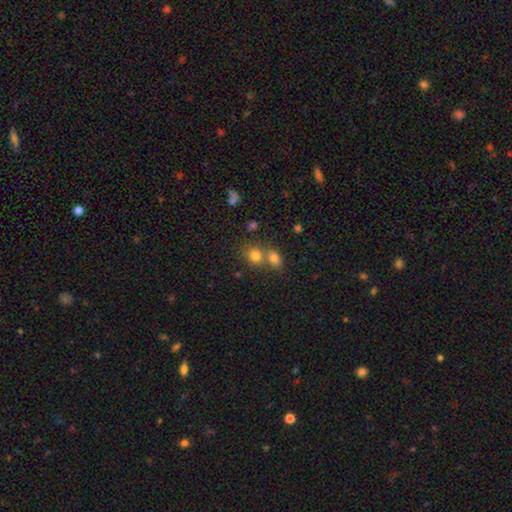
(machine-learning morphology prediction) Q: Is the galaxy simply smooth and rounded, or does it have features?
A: smooth — 78%.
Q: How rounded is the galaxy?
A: round — 65%.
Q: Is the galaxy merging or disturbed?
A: none — 45%.